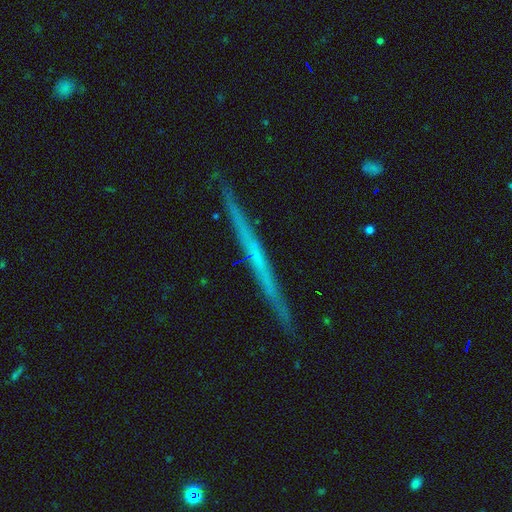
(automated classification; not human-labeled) The model was most divided on "smooth or featured": featured or disk: 64%, smooth: 29%, star or artifact: 7%. More confident: edge-on disk — yes (98%); merging — none (92%); edge-on bulge — none (87%).